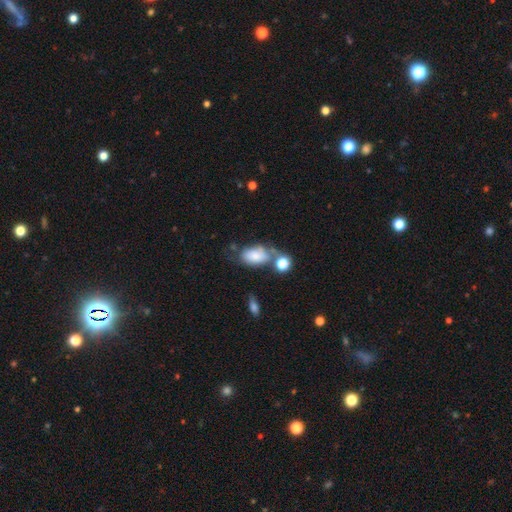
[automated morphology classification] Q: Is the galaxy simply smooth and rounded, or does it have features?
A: smooth — 76%.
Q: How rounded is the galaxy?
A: in between — 90%.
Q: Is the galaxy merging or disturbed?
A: none — 34%.